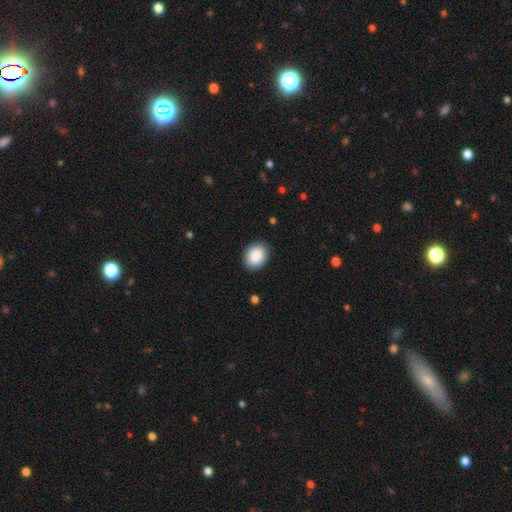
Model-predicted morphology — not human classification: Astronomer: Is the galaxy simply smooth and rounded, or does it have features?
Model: smooth — 89%.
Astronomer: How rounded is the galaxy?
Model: in between — 61% (runner-up: round, 38%).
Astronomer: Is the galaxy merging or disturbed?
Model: none — 88%.